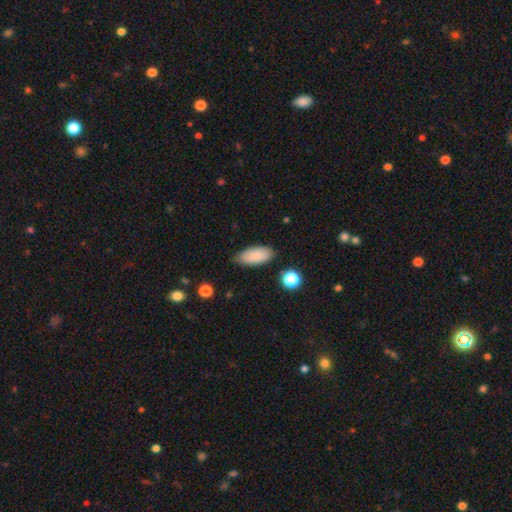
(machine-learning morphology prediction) Smooth or featured?
  - smooth: 84% *
  - featured or disk: 9%
  - star or artifact: 7%
How rounded?
  - in between: 89% *
  - cigar-shaped: 9%
  - round: 2%
Merging?
  - none: 78% *
  - minor disturbance: 17%
  - major disturbance: 3%
  - merger: 2%